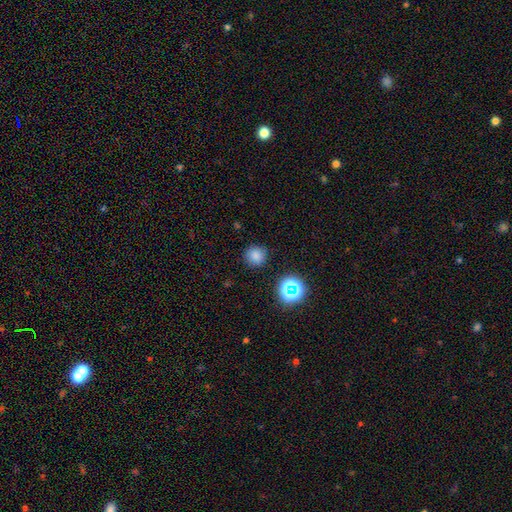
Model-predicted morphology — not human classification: The model was most divided on "smooth or featured": smooth: 77%, star or artifact: 17%, featured or disk: 5%. More confident: how rounded — round (91%); merging — none (86%).